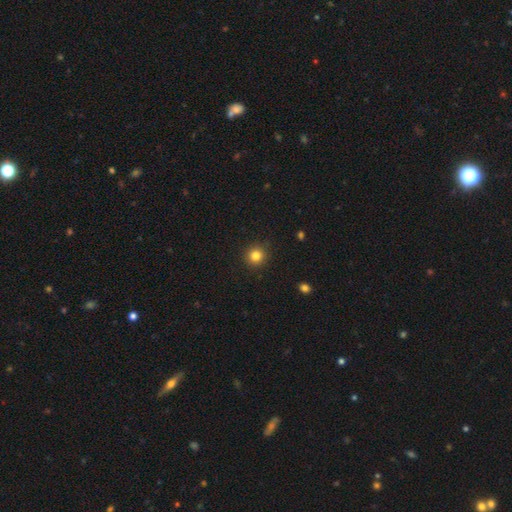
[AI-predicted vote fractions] Morphology: type=smooth (83%); roundness=round (93%); merging=none (91%).